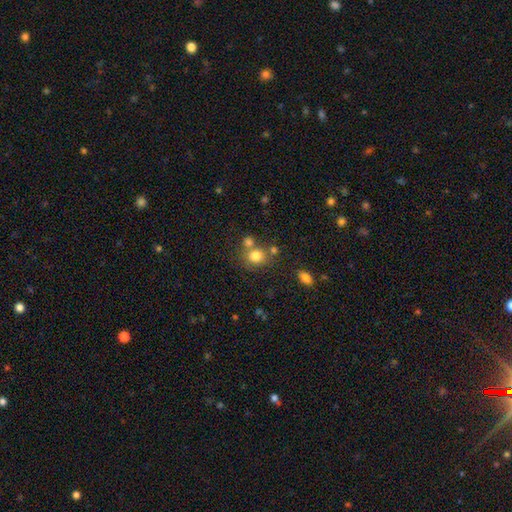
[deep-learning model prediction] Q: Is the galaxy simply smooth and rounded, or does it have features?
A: smooth — 80%.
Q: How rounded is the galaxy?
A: round — 80%.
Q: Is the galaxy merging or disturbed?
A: none — 57%.